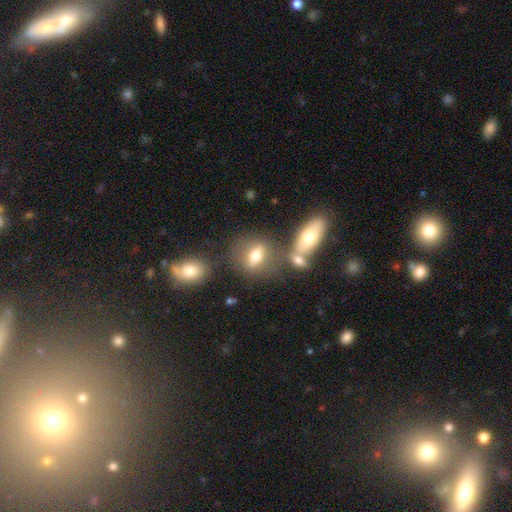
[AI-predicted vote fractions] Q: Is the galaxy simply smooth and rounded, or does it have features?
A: smooth — 64%.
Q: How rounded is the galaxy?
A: in between — 67%.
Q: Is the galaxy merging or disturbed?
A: none — 59%.